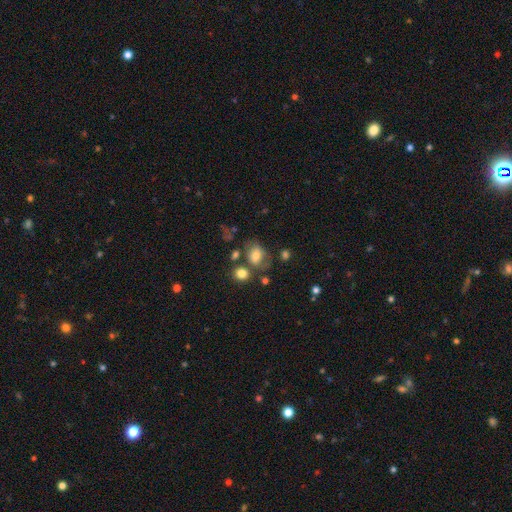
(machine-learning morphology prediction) Smooth or featured? Predicted: smooth (p=0.68). How rounded? Predicted: in between (p=0.55). Merging? Predicted: none (p=0.53).